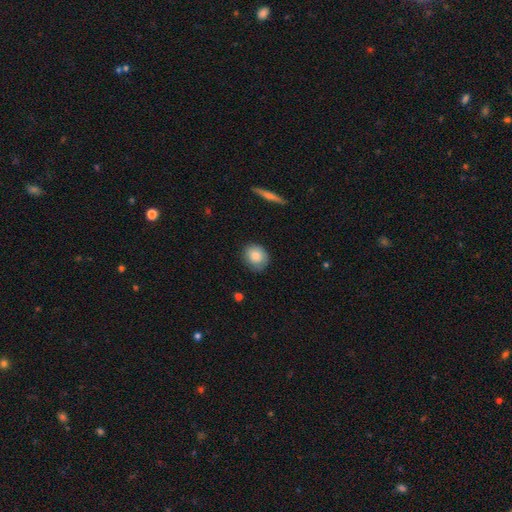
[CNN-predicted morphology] smooth_or_featured: smooth (p=0.83) [alt: featured or disk p=0.10]
how_rounded: round (p=0.71) [alt: in between p=0.28]
merging: none (p=0.80) [alt: minor disturbance p=0.16]